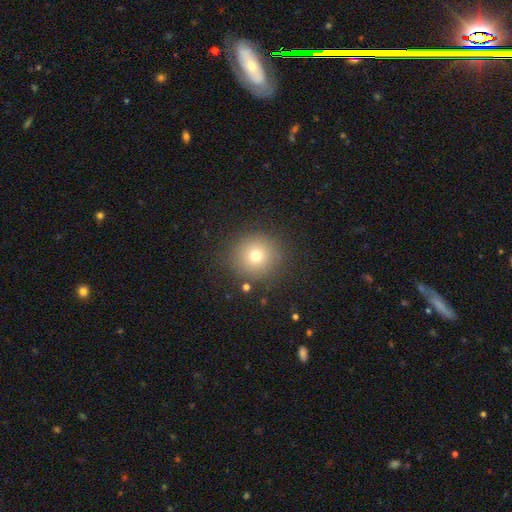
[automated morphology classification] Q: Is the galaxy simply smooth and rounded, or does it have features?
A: smooth — 73%.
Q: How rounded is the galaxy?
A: round — 94%.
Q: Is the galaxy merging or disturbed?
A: none — 88%.